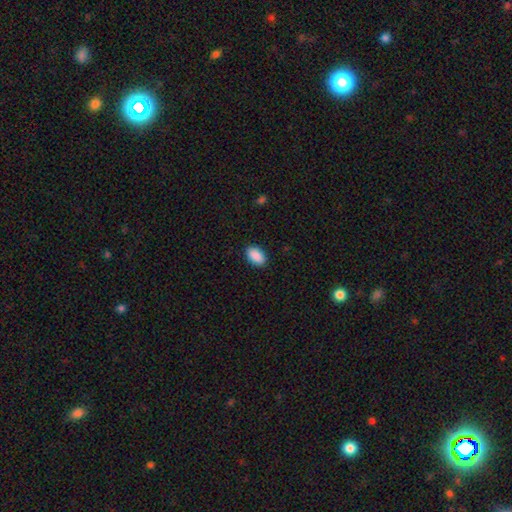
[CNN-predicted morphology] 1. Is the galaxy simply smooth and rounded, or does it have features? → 91% smooth, 7% star or artifact, 2% featured or disk.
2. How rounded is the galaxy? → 93% in between, 5% round, 1% cigar-shaped.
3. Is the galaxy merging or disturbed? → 89% none, 8% minor disturbance, 2% major disturbance, 1% merger.